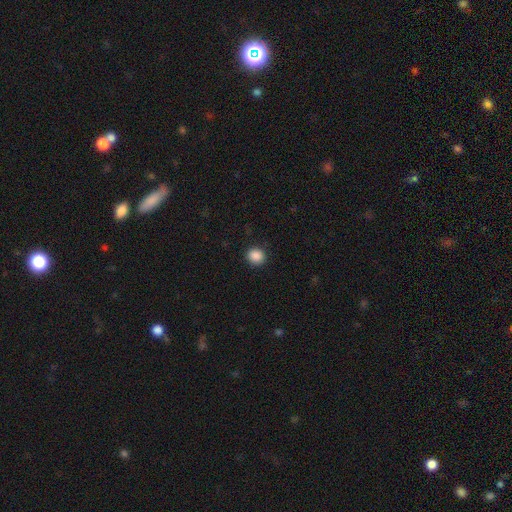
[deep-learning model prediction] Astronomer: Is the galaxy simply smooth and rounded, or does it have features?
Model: smooth — 88%.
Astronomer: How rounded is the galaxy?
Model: round — 85%.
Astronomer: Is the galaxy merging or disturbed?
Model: none — 91%.